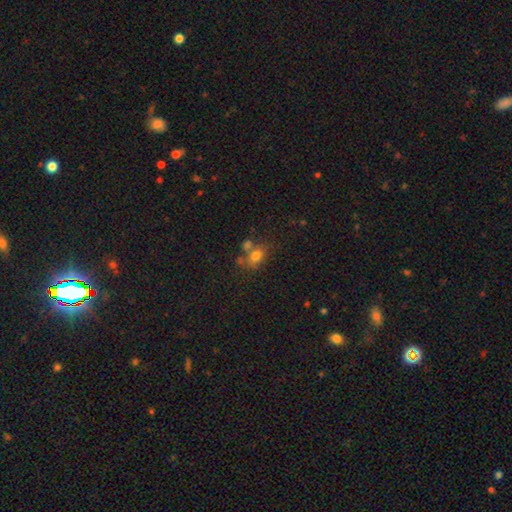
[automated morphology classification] smooth 73%, featured or disk 14%, star or artifact 13%. Down the decision tree: how rounded — in between (64%); merging — none (47%).